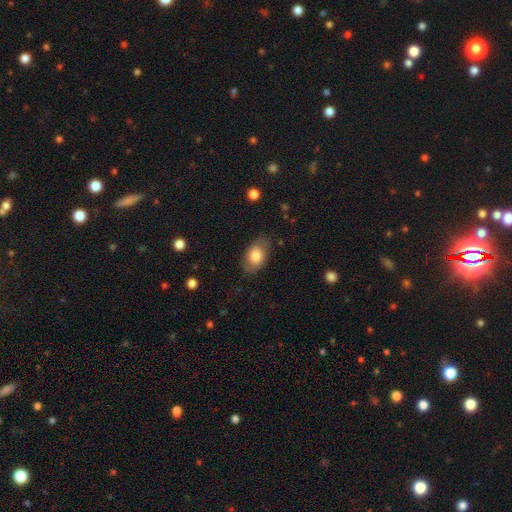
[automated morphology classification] smooth_or_featured: smooth (p=0.76) [alt: featured or disk p=0.17]
how_rounded: in between (p=0.87) [alt: round p=0.12]
merging: none (p=0.76) [alt: minor disturbance p=0.18]